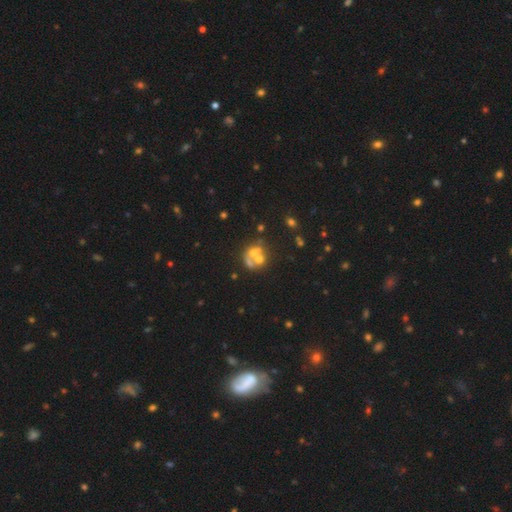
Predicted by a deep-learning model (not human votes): Morphology: type=featured or disk (45%); merging=merger (49%).